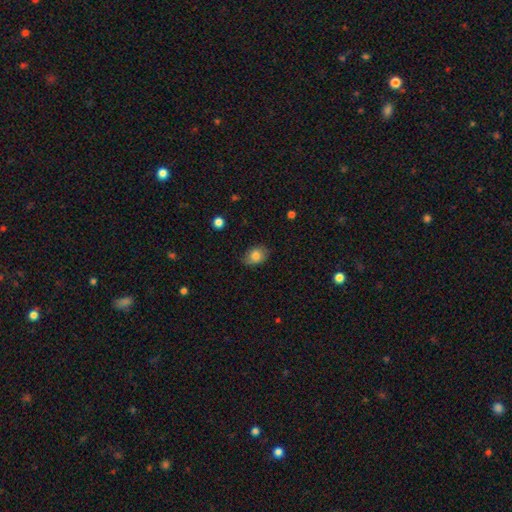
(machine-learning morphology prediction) Smooth or featured?
  - smooth: 80% *
  - featured or disk: 11%
  - star or artifact: 9%
How rounded?
  - in between: 70% *
  - round: 29%
  - cigar-shaped: 1%
Merging?
  - none: 75% *
  - minor disturbance: 21%
  - major disturbance: 4%
  - merger: 1%